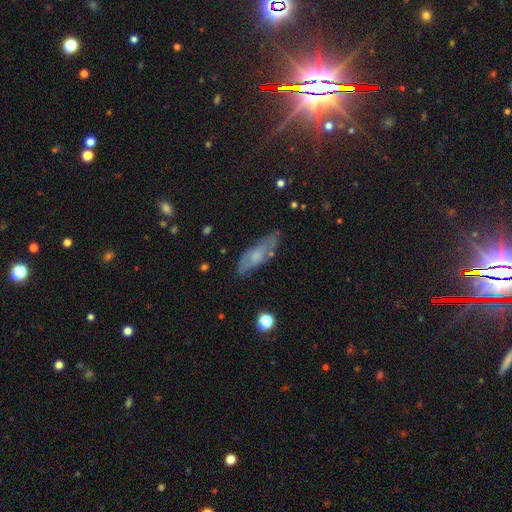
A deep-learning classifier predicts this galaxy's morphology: A smooth galaxy with no disk features (52%) that is in between round and cigar-shaped (54%). Merging: none (69%).